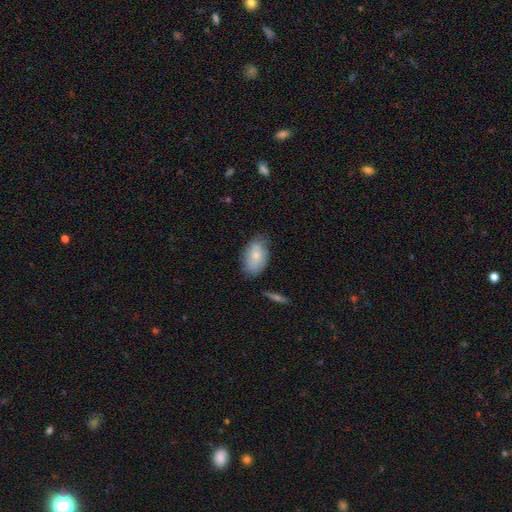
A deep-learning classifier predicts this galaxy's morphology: Smooth or featured: smooth — 68% (featured or disk — 26%)
How rounded: in between — 90% (round — 8%)
Merging: none — 66% (minor disturbance — 26%)